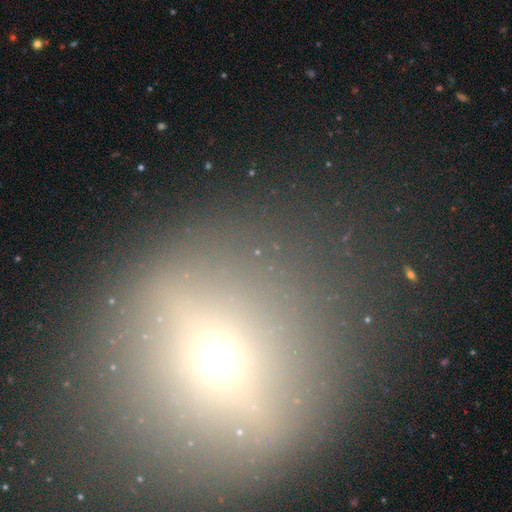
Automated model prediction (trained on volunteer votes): Q: Smooth or featured?
A: smooth (46%); runner-up: star or artifact (28%)
Q: Merging?
A: none (84%); runner-up: minor disturbance (9%)